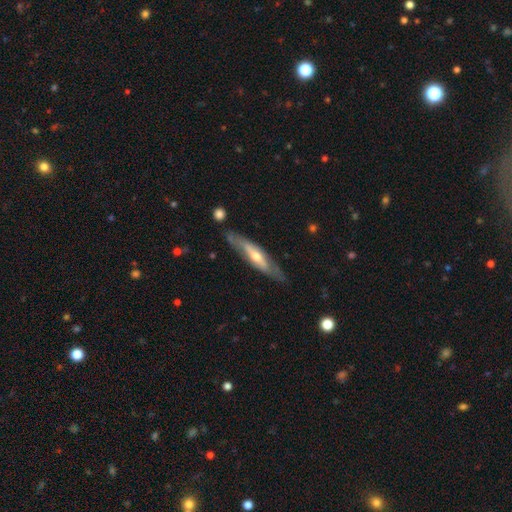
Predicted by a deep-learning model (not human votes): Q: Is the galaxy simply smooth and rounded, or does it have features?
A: featured or disk — 66%.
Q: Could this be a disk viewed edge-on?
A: yes — 67%.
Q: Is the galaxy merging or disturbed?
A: none — 78%.